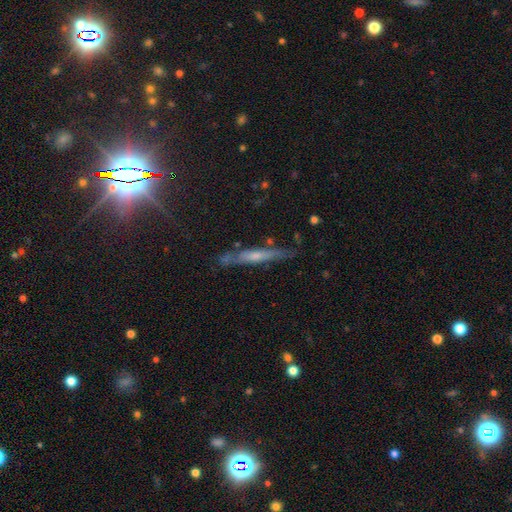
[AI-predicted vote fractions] Overall: featured or disk (53%; smooth 39%). Edge-on disk: yes (89%). Merging: none (75%).